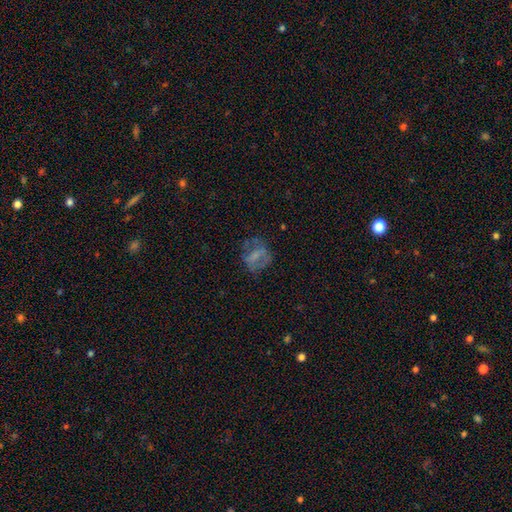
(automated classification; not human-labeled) Overall: smooth (46%; featured or disk 42%). Merging: none (55%; major disturbance 22%).